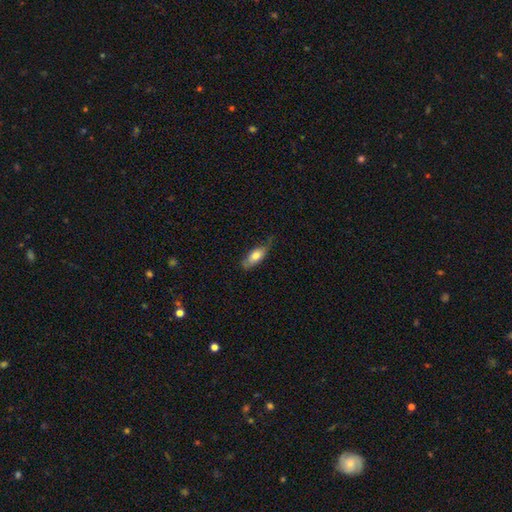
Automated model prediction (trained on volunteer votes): Morphology: type=smooth (72%); roundness=in between (78%); merging=none (57%).